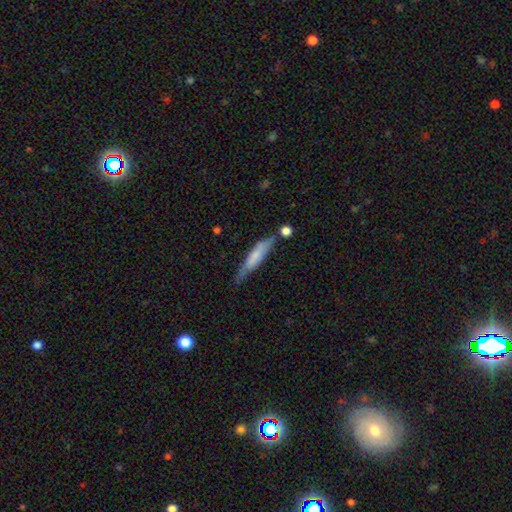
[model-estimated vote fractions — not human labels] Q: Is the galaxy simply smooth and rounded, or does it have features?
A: smooth — 61%.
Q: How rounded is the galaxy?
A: cigar-shaped — 86%.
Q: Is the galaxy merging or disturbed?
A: none — 61%.